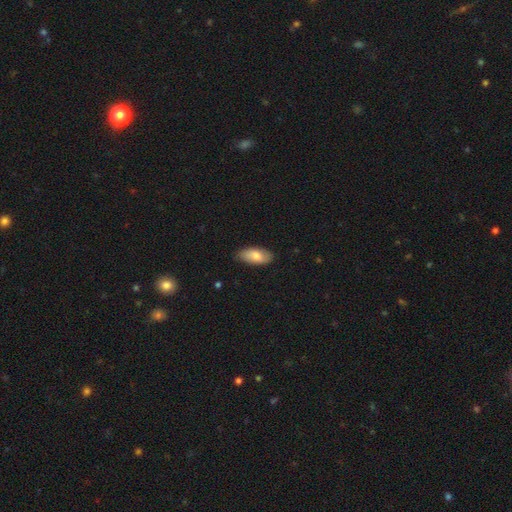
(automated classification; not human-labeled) The model was most divided on "smooth or featured": smooth: 78%, featured or disk: 16%, star or artifact: 6%. More confident: how rounded — in between (90%); merging — none (83%).